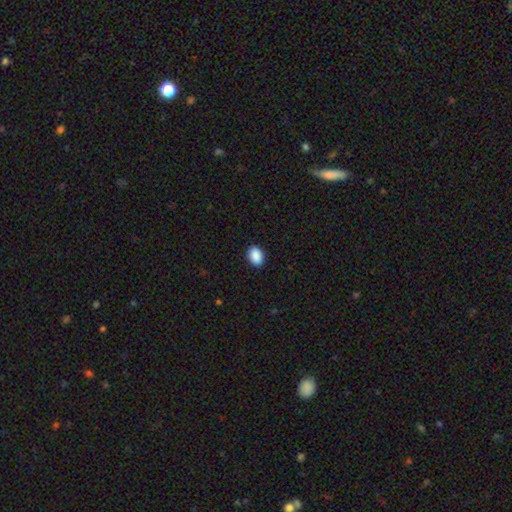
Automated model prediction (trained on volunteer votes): Overall: smooth (90%). How rounded: in between (79%). Merging: none (90%).